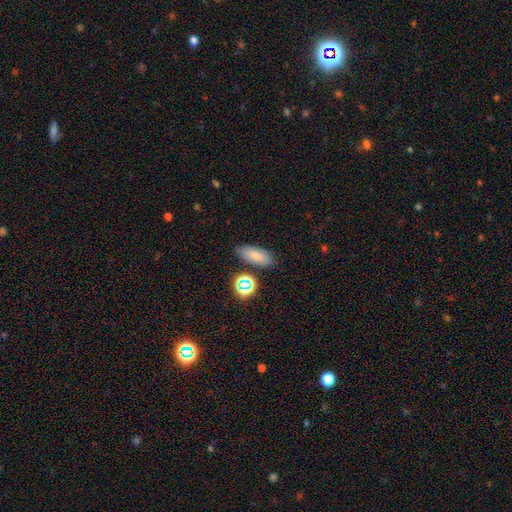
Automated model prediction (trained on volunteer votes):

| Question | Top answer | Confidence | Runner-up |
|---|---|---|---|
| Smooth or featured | smooth | 77% | star or artifact (13%) |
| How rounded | in between | 78% | cigar-shaped (17%) |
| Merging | none | 80% | minor disturbance (11%) |